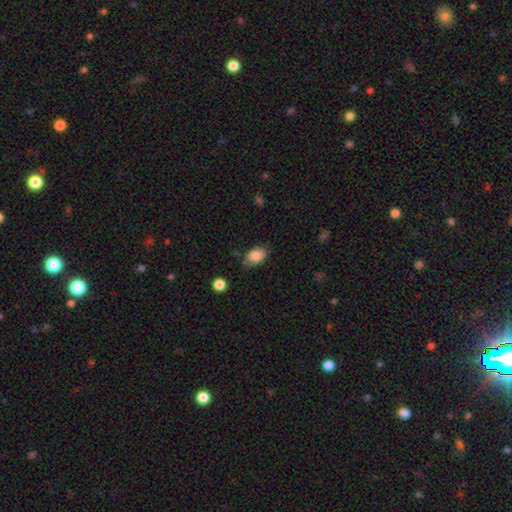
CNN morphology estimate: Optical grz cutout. It shows a smooth galaxy with no disk features (85%) that is in between round and cigar-shaped (85%). Merging: none (67%).